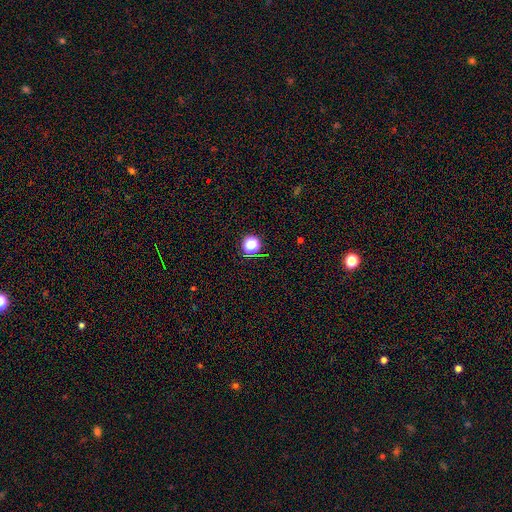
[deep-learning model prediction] Overall: star or artifact (65%; smooth 28%).